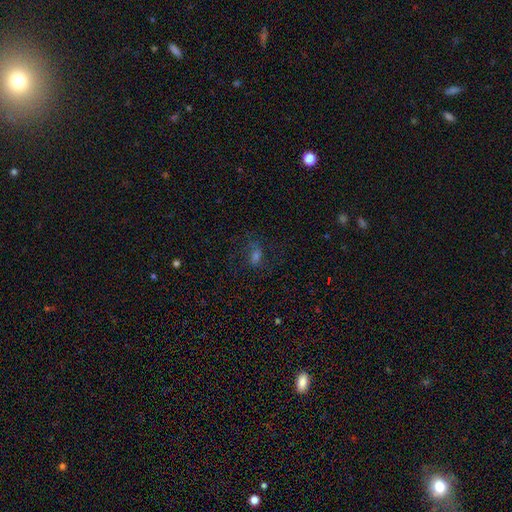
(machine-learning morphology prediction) Q: Smooth or featured?
A: smooth (42%); runner-up: star or artifact (31%)
Q: Merging?
A: none (63%); runner-up: major disturbance (17%)